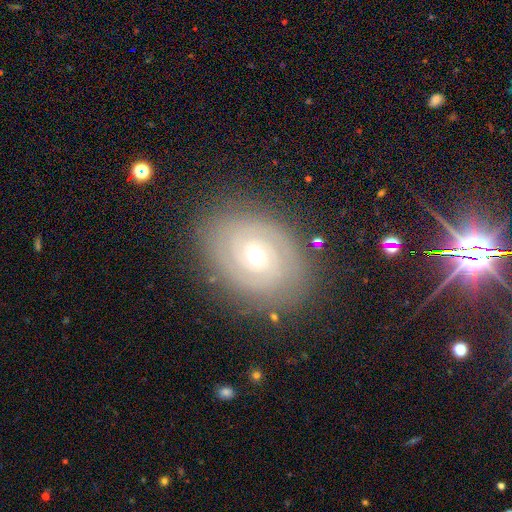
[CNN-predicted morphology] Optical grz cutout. It shows a featured or disk galaxy (80%) with no bar (71%), 2 (54%) tight (78%) spiral arms (88%) and a small central bulge (52%). Merging: none (84%).